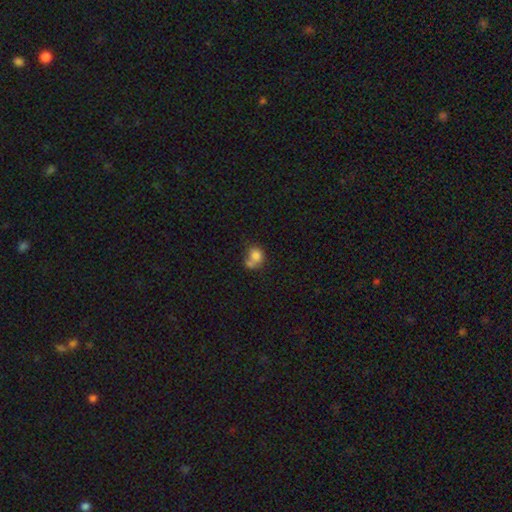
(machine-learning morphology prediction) smooth_or_featured: smooth (p=0.78) [alt: featured or disk p=0.12]
how_rounded: round (p=0.64) [alt: in between p=0.35]
merging: merger (p=0.52) [alt: none p=0.30]